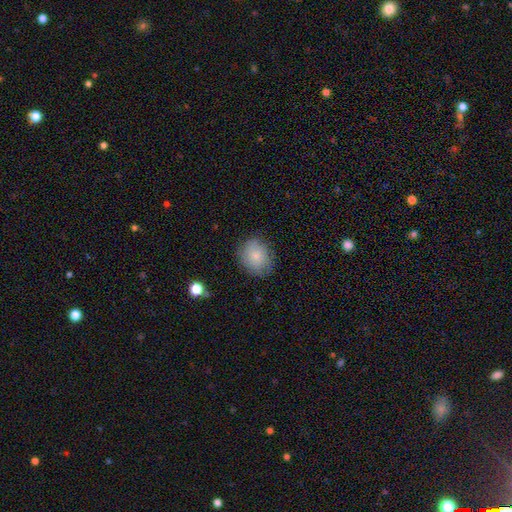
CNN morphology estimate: Smooth or featured: smooth — 81% (featured or disk — 10%)
How rounded: round — 60% (in between — 39%)
Merging: none — 79% (minor disturbance — 16%)